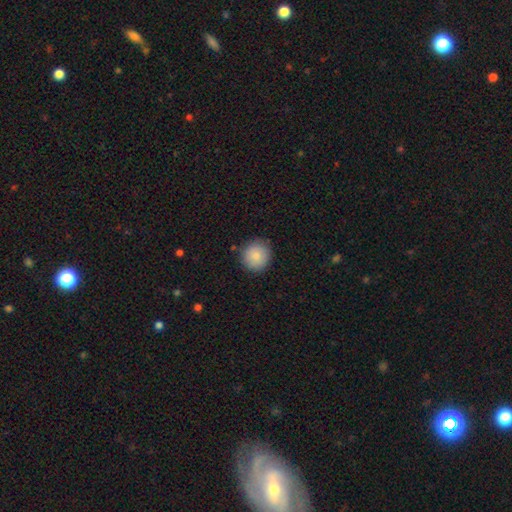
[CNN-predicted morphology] Smooth or featured? smooth (86%)
How rounded? round (92%)
Merging? none (88%)